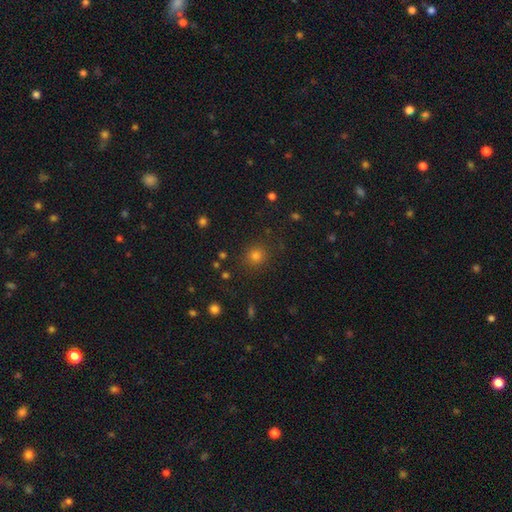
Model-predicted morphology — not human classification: This is likely a smooth galaxy (75%). How rounded: clearly round (89%). Merging: clearly none (88%).